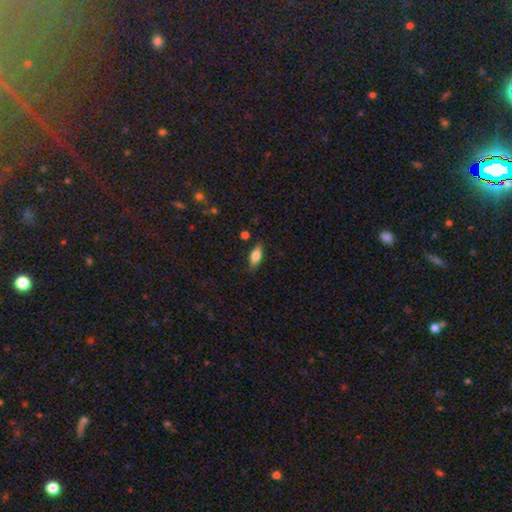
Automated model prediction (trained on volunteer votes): Smooth or featured?
  - smooth: 70% *
  - featured or disk: 23%
  - star or artifact: 7%
How rounded?
  - in between: 76% *
  - cigar-shaped: 21%
  - round: 3%
Merging?
  - none: 82% *
  - minor disturbance: 13%
  - major disturbance: 3%
  - merger: 2%